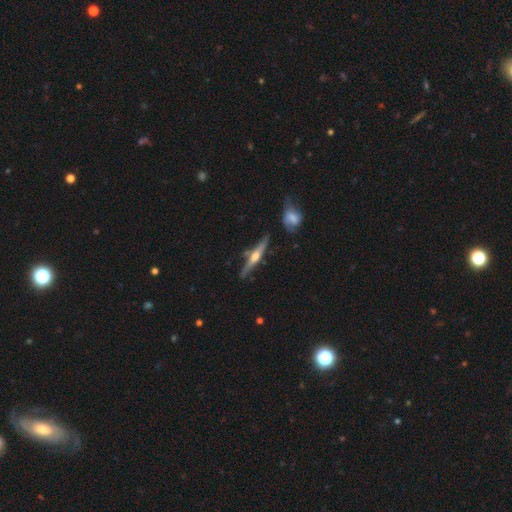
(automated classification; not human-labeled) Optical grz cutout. It shows a featured or disk galaxy (72%) viewed edge-on (96%) with a rounded central bulge (89%). Merging: none (77%).